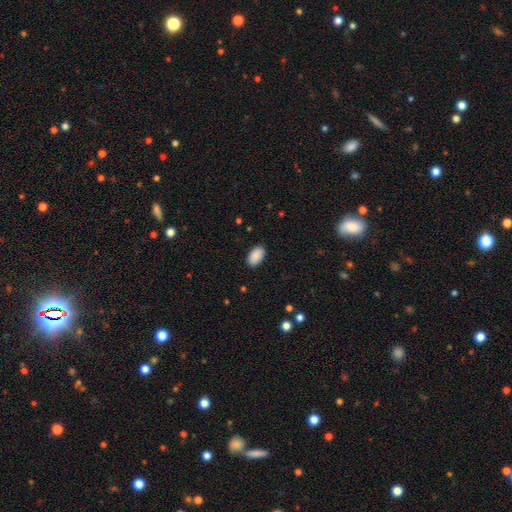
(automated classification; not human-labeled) A smooth galaxy with no disk features (91%) that is in between round and cigar-shaped (94%). Merging: none (89%).